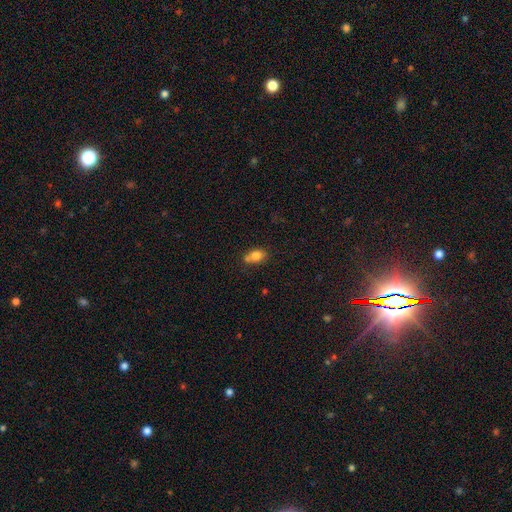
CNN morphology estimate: A smooth galaxy with no disk features (79%) that is in between round and cigar-shaped (74%).

Vote fractions:
- Smooth or featured? smooth: 79% / featured or disk: 11% / star or artifact: 10%
- How rounded? in between: 74% / round: 24% / cigar-shaped: 2%
- Merging? none: 52% / merger: 25% / minor disturbance: 18% / major disturbance: 5%